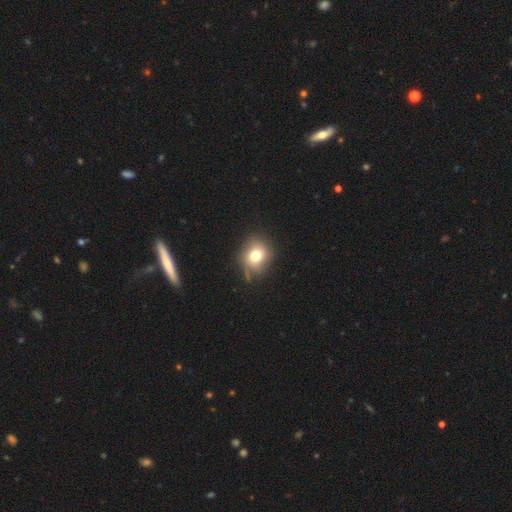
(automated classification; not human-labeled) This is likely a smooth galaxy (73%). How rounded: likely round (75%). Merging: likely none (72%).